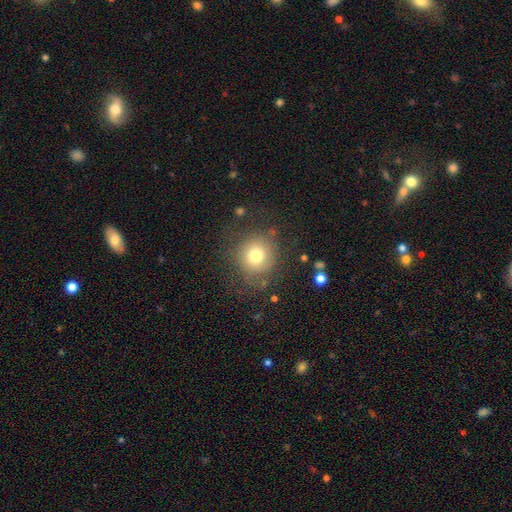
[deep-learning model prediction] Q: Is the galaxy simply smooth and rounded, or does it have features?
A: smooth — 74%.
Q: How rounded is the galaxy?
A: round — 89%.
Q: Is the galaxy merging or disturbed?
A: none — 77%.